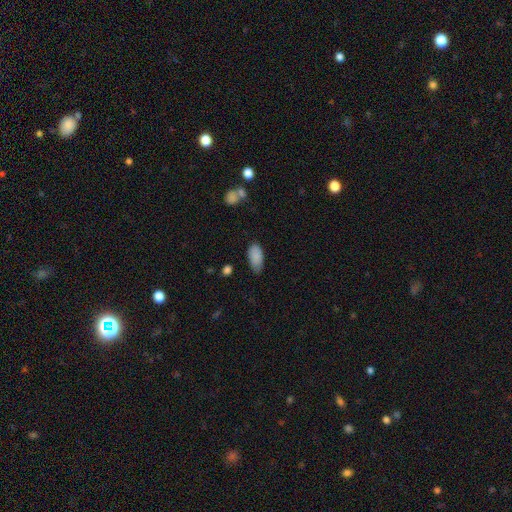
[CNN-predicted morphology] This appears to be a smooth galaxy with no disk features (86%) that is in between round and cigar-shaped (92%). Merging: none (67%).